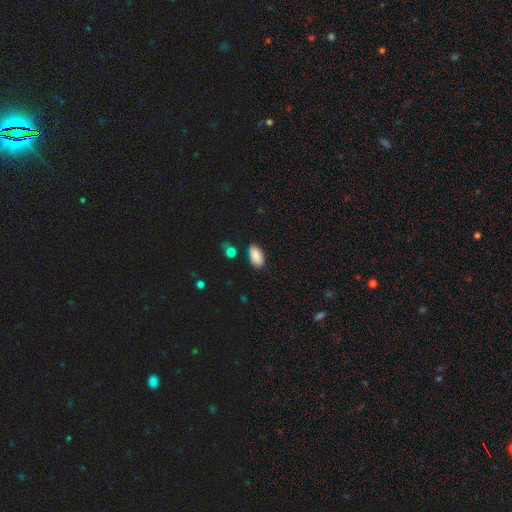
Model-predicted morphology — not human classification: smooth-or-featured: smooth: 88% | star or artifact: 7% | featured or disk: 5%
  how-rounded: in between: 94% | round: 4% | cigar-shaped: 2%
  merging: none: 77% | minor disturbance: 16% | merger: 4% | major disturbance: 3%